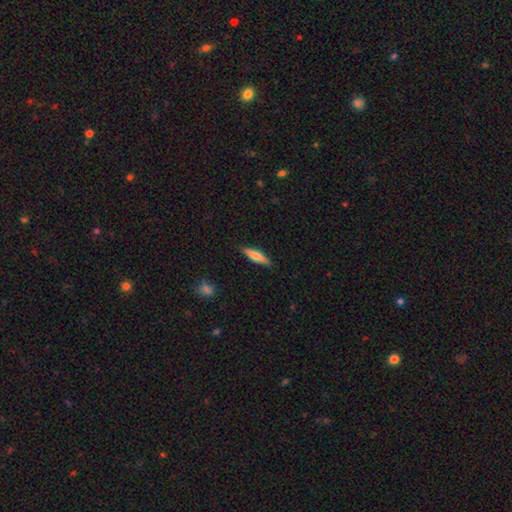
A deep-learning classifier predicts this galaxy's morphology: smooth_or_featured: smooth (p=0.61) [alt: featured or disk p=0.33]
how_rounded: cigar-shaped (p=0.77) [alt: in between p=0.22]
merging: none (p=0.88) [alt: minor disturbance p=0.09]